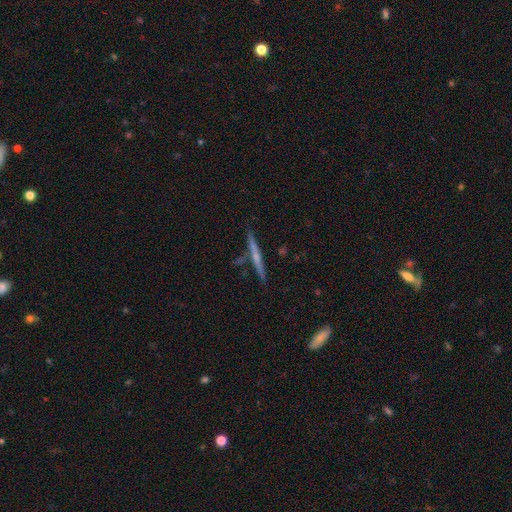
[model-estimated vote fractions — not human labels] Morphology: type=featured or disk (64%); edge-on=yes (98%); edge-on bulge=none (47%); merging=none (85%).